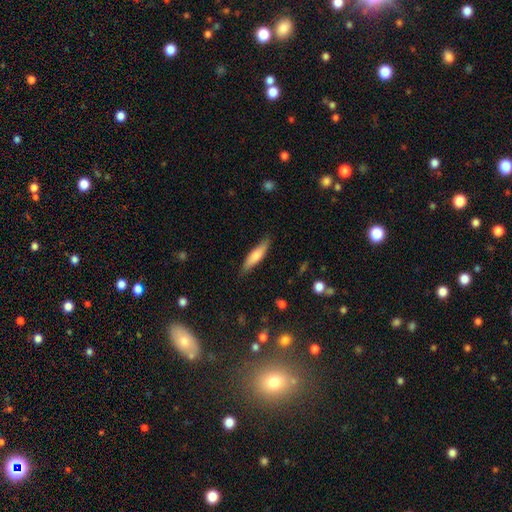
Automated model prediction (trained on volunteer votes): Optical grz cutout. It shows a smooth galaxy with no disk features (71%) that is cigar-shaped (72%). Merging: none (82%).